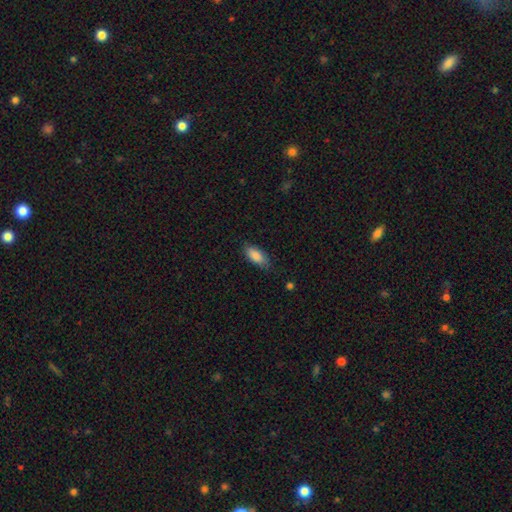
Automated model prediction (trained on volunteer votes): Smooth or featured?
  - smooth: 87% *
  - star or artifact: 6%
  - featured or disk: 6%
How rounded?
  - in between: 85% *
  - cigar-shaped: 13%
  - round: 2%
Merging?
  - none: 78% *
  - minor disturbance: 17%
  - major disturbance: 3%
  - merger: 1%